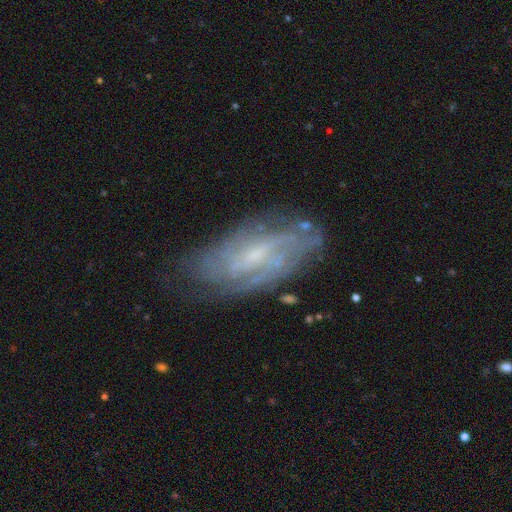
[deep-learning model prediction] Overall: featured or disk (76%). Edge-on disk: no (90%). Bar: weak (48%; no 40%). Spiral arms: yes (84%). Spiral arm count: can't tell (53%; 2 17%). Spiral winding: tight (50%; medium 35%). Bulge size: small (63%). Merging: none (70%).